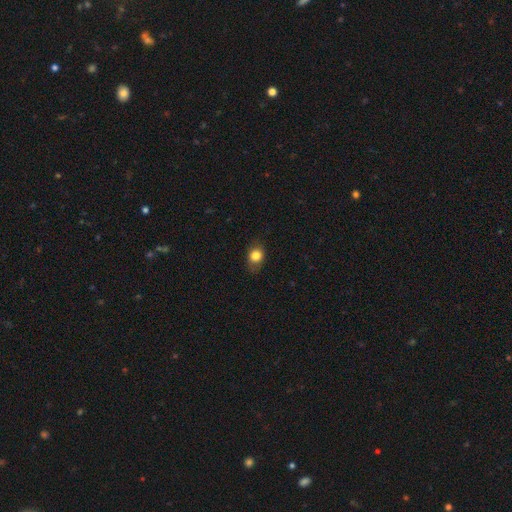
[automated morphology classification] smooth 81%, star or artifact 9%, featured or disk 9%. Down the decision tree: how rounded — in between (53%); merging — none (77%).